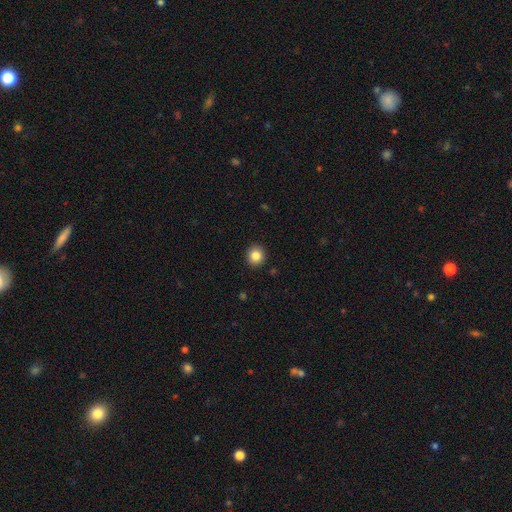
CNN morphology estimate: This is clearly a smooth galaxy (84%). How rounded: clearly round (89%). Merging: clearly none (92%).